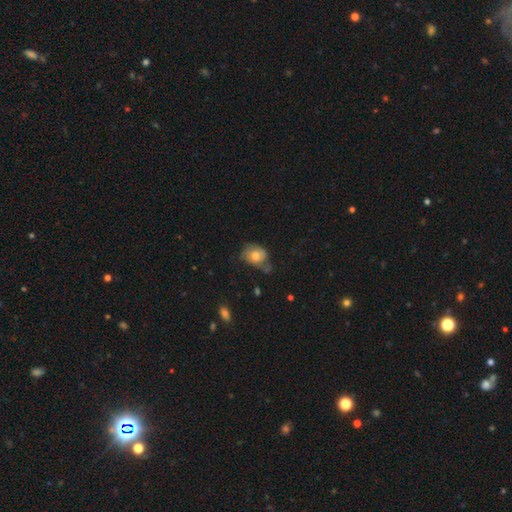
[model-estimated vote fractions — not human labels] Morphology: type=smooth (72%); roundness=in between (54%); merging=none (44%).